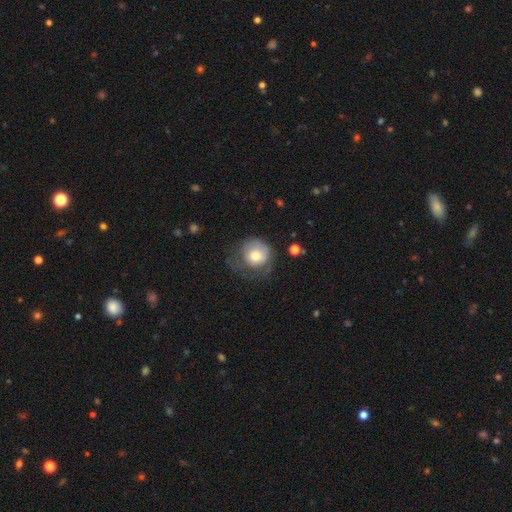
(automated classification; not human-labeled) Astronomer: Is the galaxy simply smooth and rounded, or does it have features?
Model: smooth — 67%.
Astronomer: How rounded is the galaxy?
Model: round — 85%.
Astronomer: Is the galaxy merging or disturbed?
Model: none — 39% (runner-up: major disturbance, 32%).